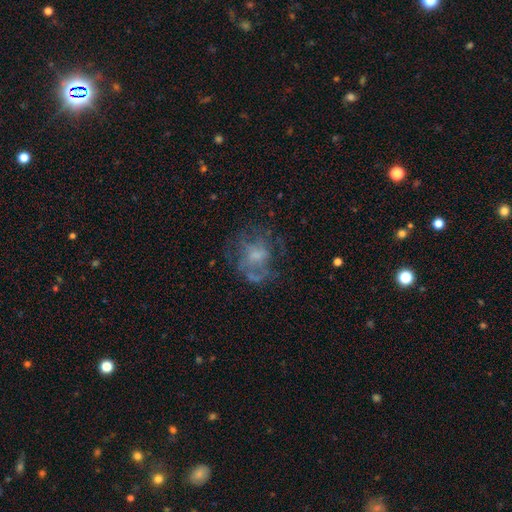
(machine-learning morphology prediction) Q: Smooth or featured?
A: featured or disk (57%); runner-up: smooth (29%)
Q: Edge-on disk?
A: no (97%); runner-up: yes (3%)
Q: Bar?
A: no (75%); runner-up: weak (22%)
Q: Spiral arms?
A: no (63%); runner-up: yes (37%)
Q: Bulge size?
A: small (36%); runner-up: moderate (32%)
Q: Merging?
A: none (51%); runner-up: major disturbance (27%)